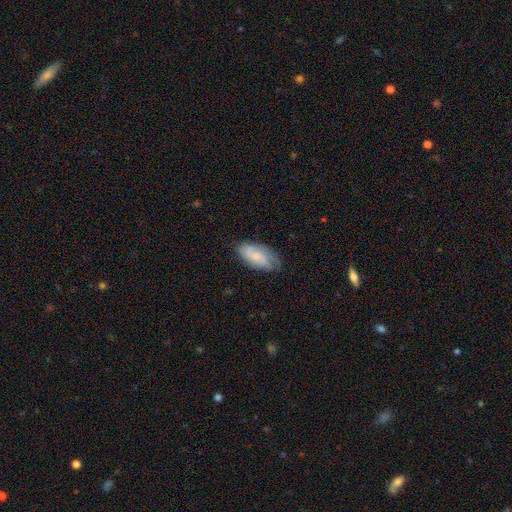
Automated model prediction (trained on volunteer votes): This appears to be a smooth galaxy with no disk features (51%) that is in between round and cigar-shaped (90%). Merging: none (71%).